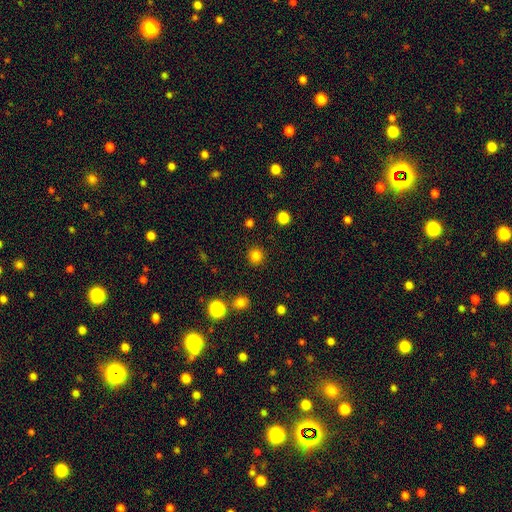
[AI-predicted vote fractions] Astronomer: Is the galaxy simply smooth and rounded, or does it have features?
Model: smooth — 82%.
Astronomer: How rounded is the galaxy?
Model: round — 92%.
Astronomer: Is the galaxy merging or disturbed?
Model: none — 90%.